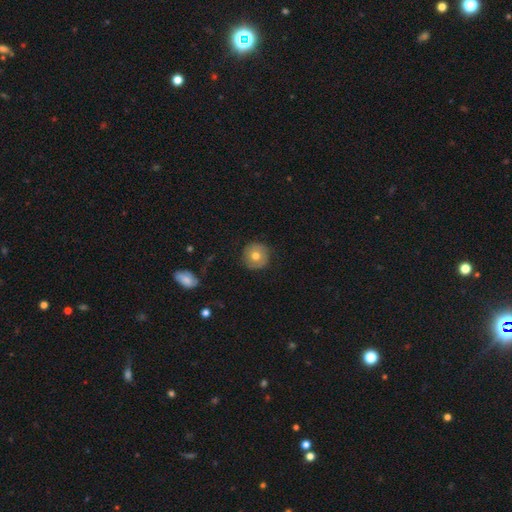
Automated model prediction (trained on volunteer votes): Morphology: type=smooth (63%); roundness=round (94%); merging=none (85%).